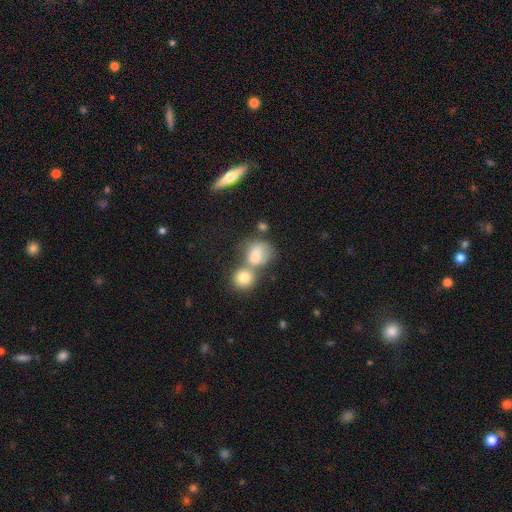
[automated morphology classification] Smooth or featured? Predicted: smooth (p=0.70). How rounded? Predicted: round (p=0.54). Merging? Predicted: merger (p=0.46).